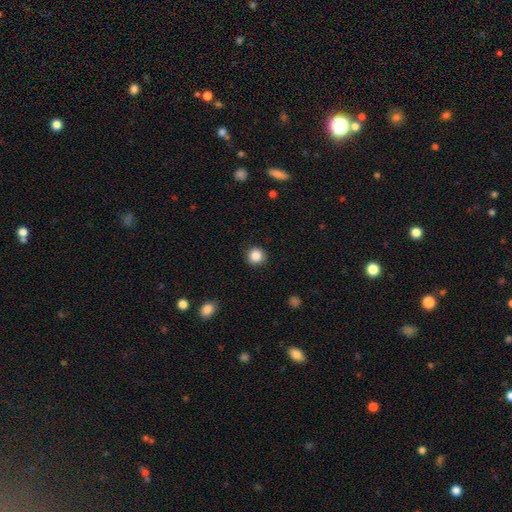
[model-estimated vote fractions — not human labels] Smooth or featured?
  - smooth: 86% *
  - star or artifact: 10%
  - featured or disk: 3%
How rounded?
  - round: 93% *
  - in between: 6%
  - cigar-shaped: 1%
Merging?
  - none: 91% *
  - minor disturbance: 6%
  - major disturbance: 2%
  - merger: 1%